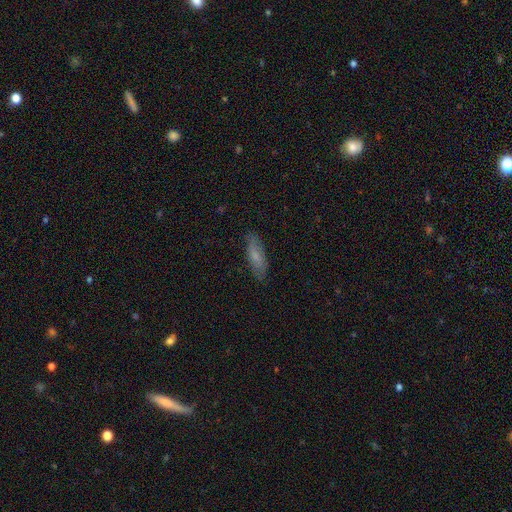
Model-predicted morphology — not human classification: The model was most divided on "how rounded" (2-way tie): in between: 49%, cigar-shaped: 49%, round: 2%. More confident: merging — none (82%); smooth or featured — smooth (71%).